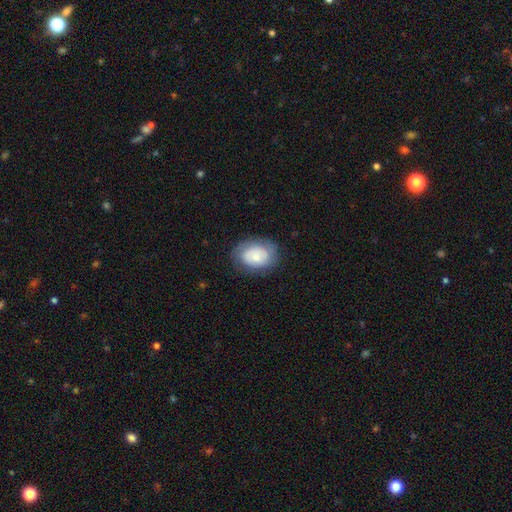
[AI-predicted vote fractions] This is possibly a smooth galaxy (53%). How rounded: likely in between (70%). Merging: likely none (74%).